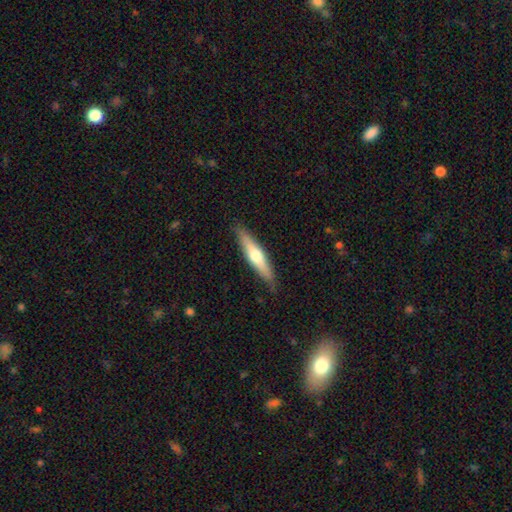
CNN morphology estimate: type=smooth (49%); merging=none (86%).